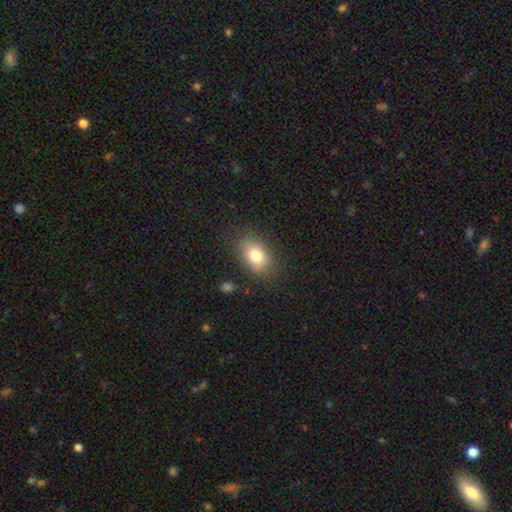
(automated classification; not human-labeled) Smooth or featured?
  - smooth: 80% *
  - featured or disk: 11%
  - star or artifact: 9%
How rounded?
  - in between: 83% *
  - round: 15%
  - cigar-shaped: 1%
Merging?
  - none: 82% *
  - minor disturbance: 12%
  - major disturbance: 4%
  - merger: 2%